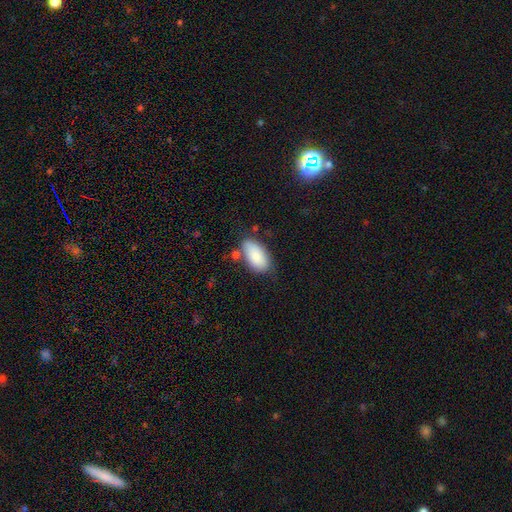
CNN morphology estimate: The model was most divided on "merging": none: 66%, minor disturbance: 21%, merger: 7%, major disturbance: 5%. More confident: how rounded — in between (94%); smooth or featured — smooth (87%).